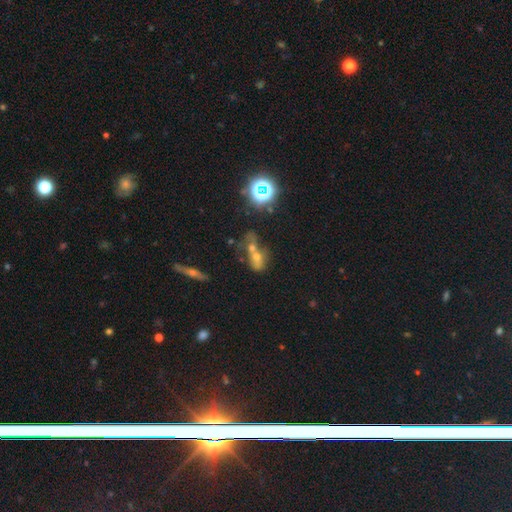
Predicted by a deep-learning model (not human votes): A smooth galaxy with no disk features (45%).

Vote fractions:
- Smooth or featured? smooth: 45% / star or artifact: 30% / featured or disk: 25%
- Merging? merger: 61% / none: 23% / minor disturbance: 8% / major disturbance: 8%